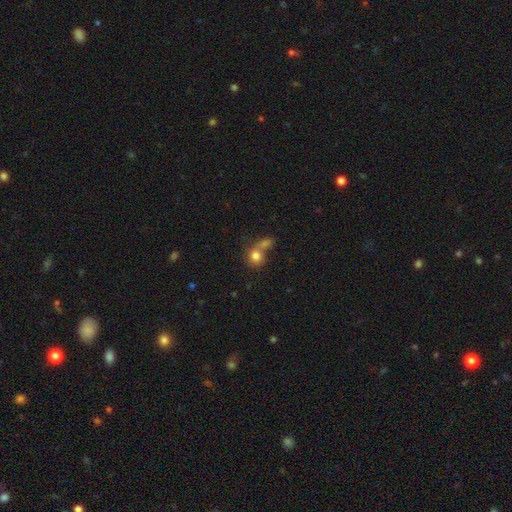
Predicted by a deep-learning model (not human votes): This is likely a smooth galaxy (79%). How rounded: likely round (70%). Merging: possibly merger (54%).